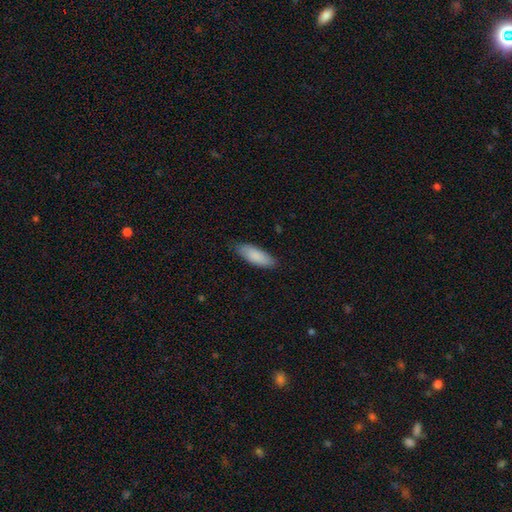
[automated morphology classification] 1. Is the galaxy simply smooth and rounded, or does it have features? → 88% smooth, 7% featured or disk, 5% star or artifact.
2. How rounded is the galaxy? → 69% in between, 29% cigar-shaped, 1% round.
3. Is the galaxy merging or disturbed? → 84% none, 13% minor disturbance, 2% major disturbance, 1% merger.